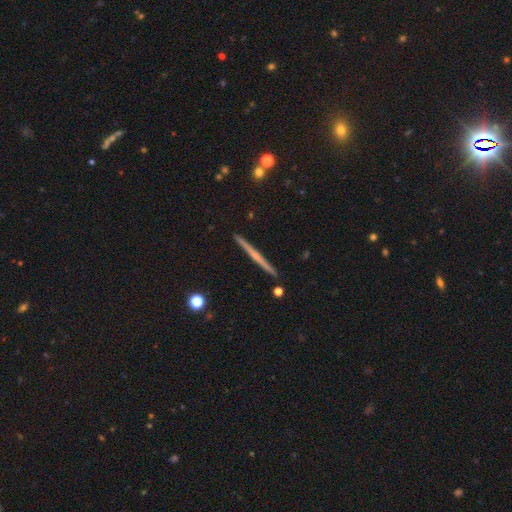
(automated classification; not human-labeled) Overall: featured or disk (68%). Edge-on disk: yes (98%). Edge-on bulge: none (52%; rounded 42%). Merging: none (92%).